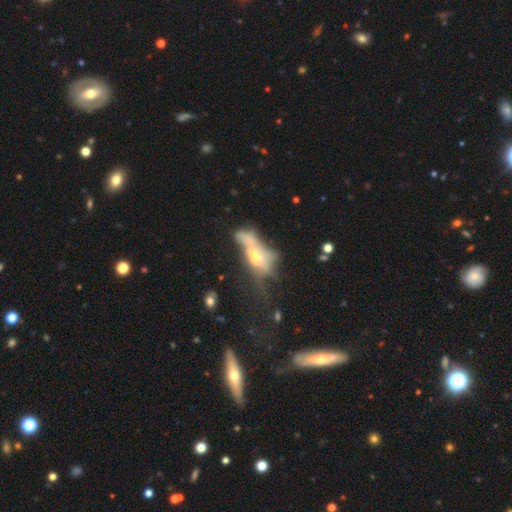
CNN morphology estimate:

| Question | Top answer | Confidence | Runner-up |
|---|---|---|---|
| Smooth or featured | featured or disk | 45% | smooth (41%) |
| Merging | merger | 46% | major disturbance (29%) |